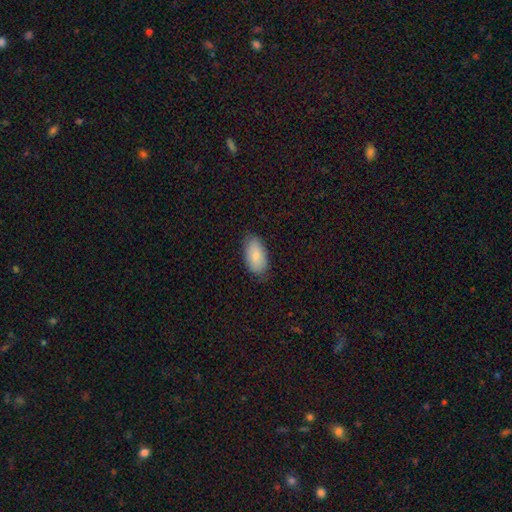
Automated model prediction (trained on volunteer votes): smooth-or-featured: smooth: 84% | featured or disk: 9% | star or artifact: 6%
  how-rounded: in between: 94% | round: 3% | cigar-shaped: 3%
  merging: none: 80% | minor disturbance: 16% | major disturbance: 3% | merger: 1%